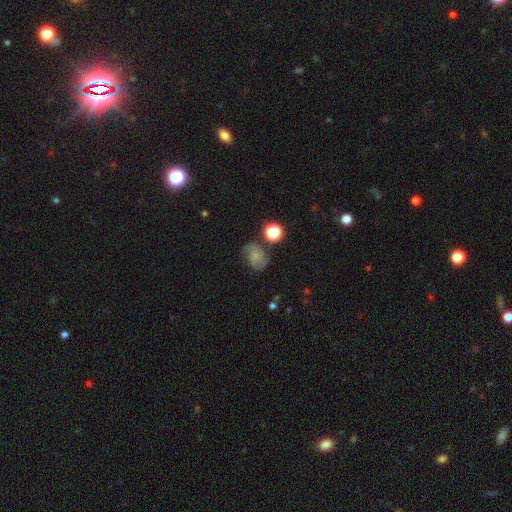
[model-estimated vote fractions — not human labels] smooth-or-featured: featured or disk: 46% | smooth: 39% | star or artifact: 15%
  merging: none: 59% | minor disturbance: 23% | major disturbance: 12% | merger: 6%